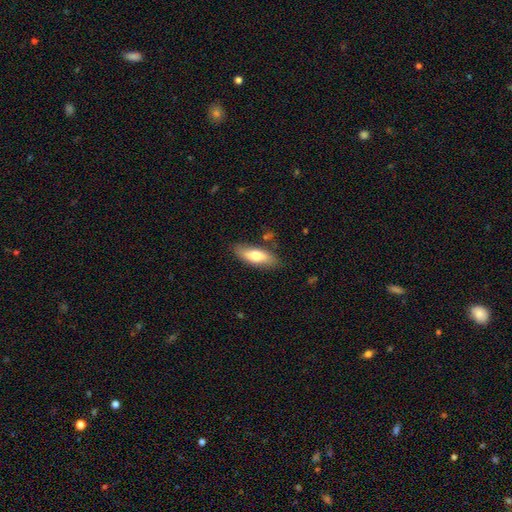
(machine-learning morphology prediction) Smooth or featured? smooth (69%)
How rounded? in between (66%)
Merging? none (82%)